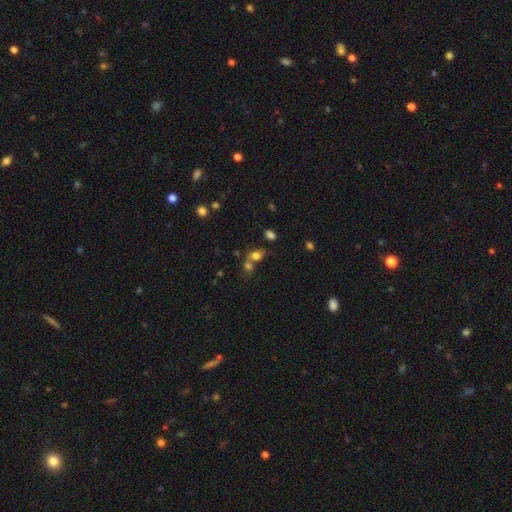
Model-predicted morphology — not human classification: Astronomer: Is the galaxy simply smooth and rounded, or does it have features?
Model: smooth — 74%.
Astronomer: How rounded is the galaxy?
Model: in between — 57% (runner-up: round, 41%).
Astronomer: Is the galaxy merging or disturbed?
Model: merger — 46% (runner-up: none, 39%).